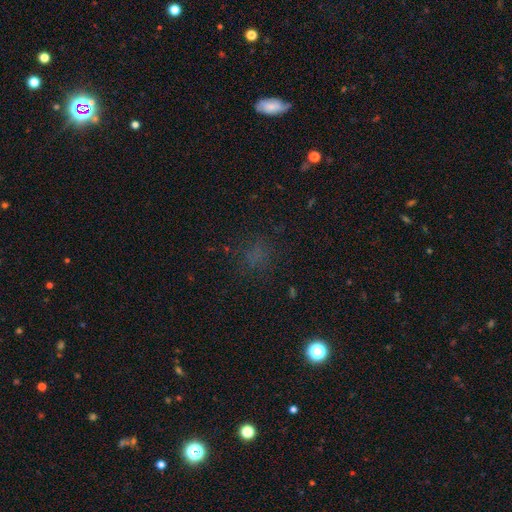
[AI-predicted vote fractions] This is possibly a smooth galaxy (55%). How rounded: likely round (73%). Merging: likely none (76%).